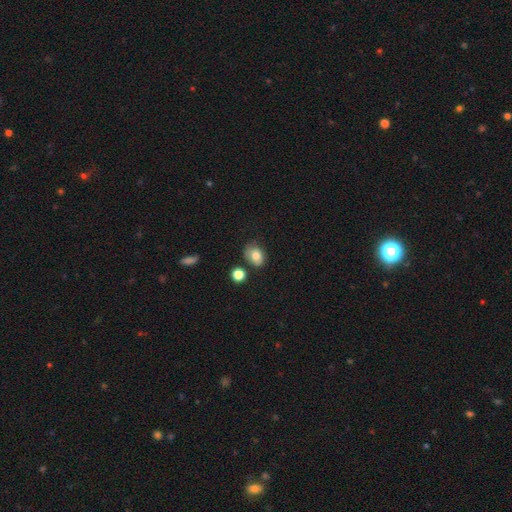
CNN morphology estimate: Smooth or featured?
  - smooth: 78% *
  - featured or disk: 12%
  - star or artifact: 10%
How rounded?
  - in between: 65% *
  - round: 34%
  - cigar-shaped: 1%
Merging?
  - none: 62% *
  - minor disturbance: 24%
  - merger: 8%
  - major disturbance: 6%